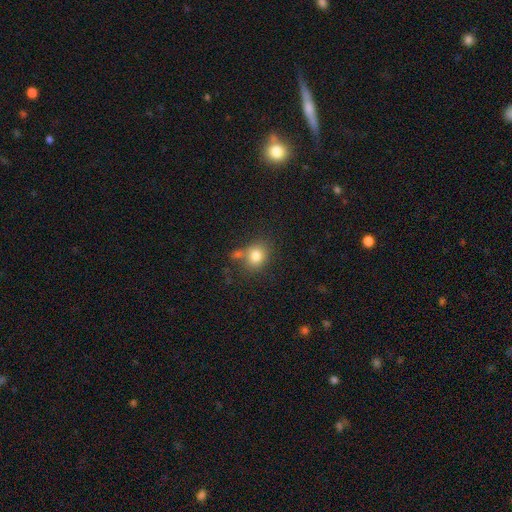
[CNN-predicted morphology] This is clearly a smooth galaxy (81%). How rounded: likely round (61%). Merging: possibly none (59%).